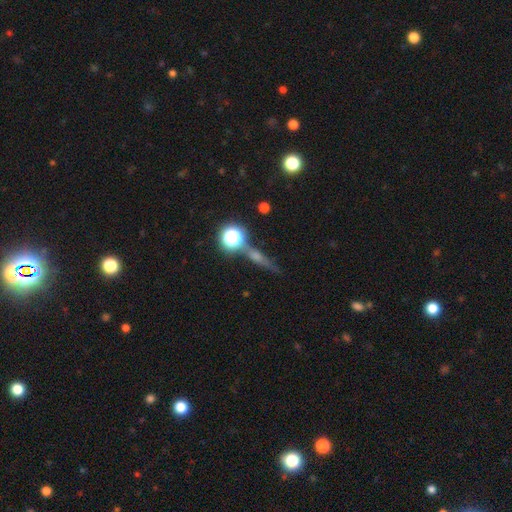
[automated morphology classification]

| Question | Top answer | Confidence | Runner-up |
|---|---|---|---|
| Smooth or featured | featured or disk | 35% | star or artifact (34%) |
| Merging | none | 73% | merger (12%) |